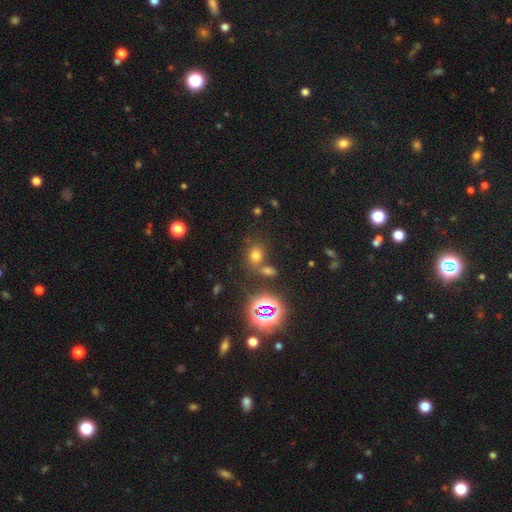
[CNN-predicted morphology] smooth 61%, star or artifact 30%, featured or disk 9%. Down the decision tree: how rounded — round (59%); merging — none (62%).